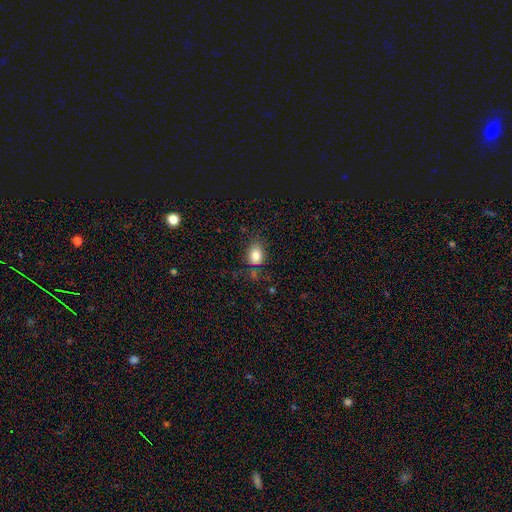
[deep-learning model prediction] smooth 81%, star or artifact 10%, featured or disk 9%. Down the decision tree: how rounded — in between (61%); merging — none (67%).